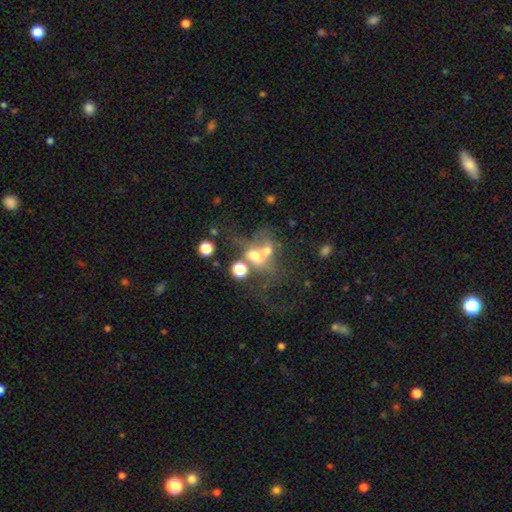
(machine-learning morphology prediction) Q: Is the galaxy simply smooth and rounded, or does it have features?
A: smooth — 40%.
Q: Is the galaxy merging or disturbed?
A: merger — 53%.